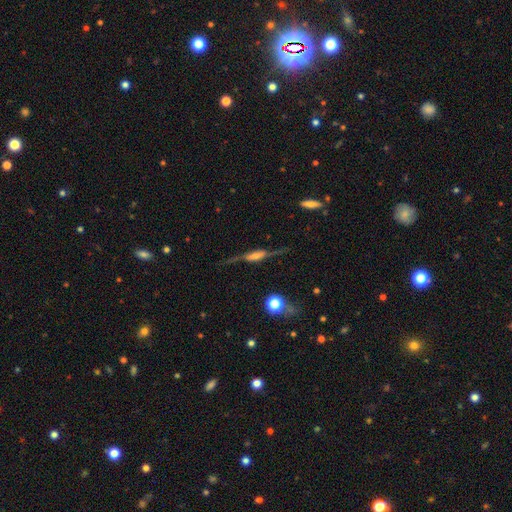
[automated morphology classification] featured or disk 79%, smooth 13%, star or artifact 8%. Down the decision tree: edge-on disk — yes (87%); edge-on bulge — rounded (56%); merging — none (72%).